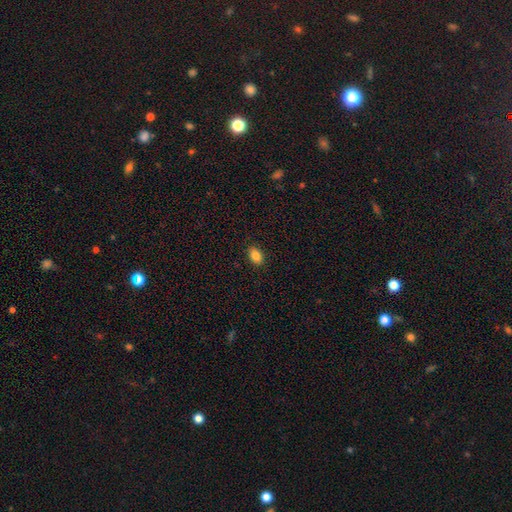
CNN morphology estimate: A smooth galaxy with no disk features (85%) that is in between round and cigar-shaped (84%).

Vote fractions:
- Smooth or featured? smooth: 85% / star or artifact: 9% / featured or disk: 6%
- How rounded? in between: 84% / round: 14% / cigar-shaped: 2%
- Merging? none: 89% / minor disturbance: 8% / major disturbance: 2% / merger: 1%